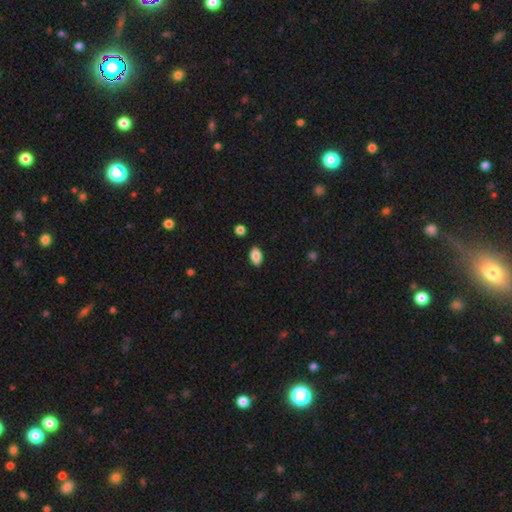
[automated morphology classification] smooth_or_featured: smooth (p=0.86) [alt: star or artifact p=0.08]
how_rounded: in between (p=0.90) [alt: round p=0.07]
merging: none (p=0.87) [alt: minor disturbance p=0.09]